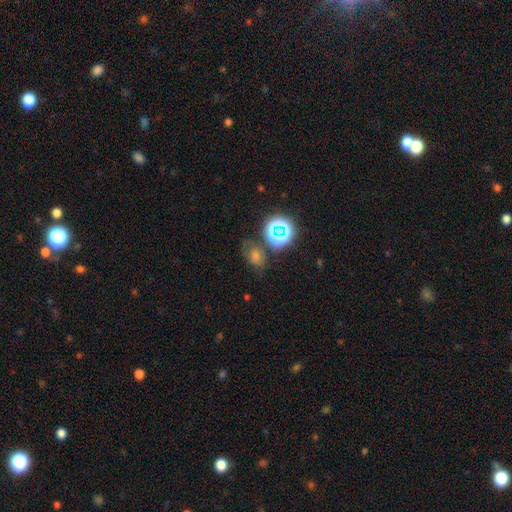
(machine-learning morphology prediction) A smooth galaxy with no disk features (49%). Merging: none (60%).